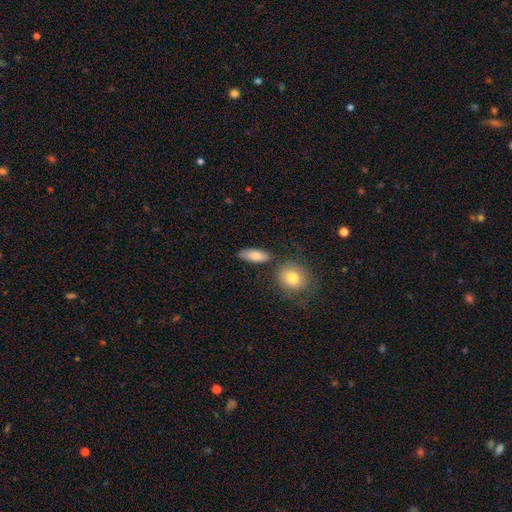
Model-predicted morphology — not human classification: Smooth or featured? smooth (81%)
How rounded? in between (76%)
Merging? none (75%)